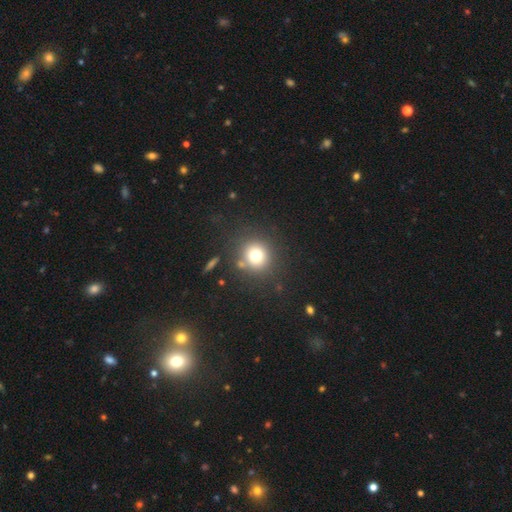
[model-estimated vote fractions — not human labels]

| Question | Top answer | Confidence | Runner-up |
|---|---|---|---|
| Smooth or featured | smooth | 74% | star or artifact (15%) |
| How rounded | round | 88% | in between (11%) |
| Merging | none | 80% | minor disturbance (9%) |